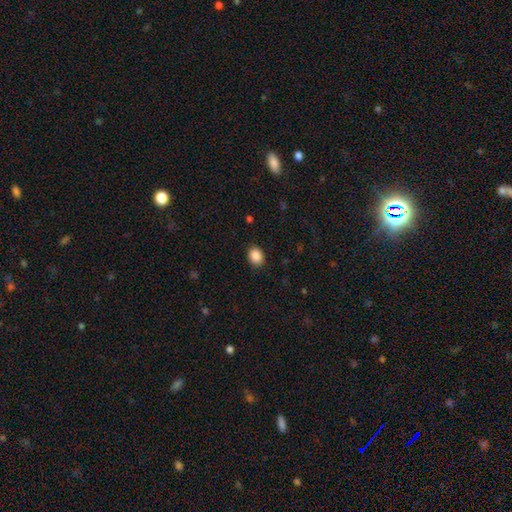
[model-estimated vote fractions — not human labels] Morphology: type=smooth (88%); roundness=in between (54%); merging=none (88%).